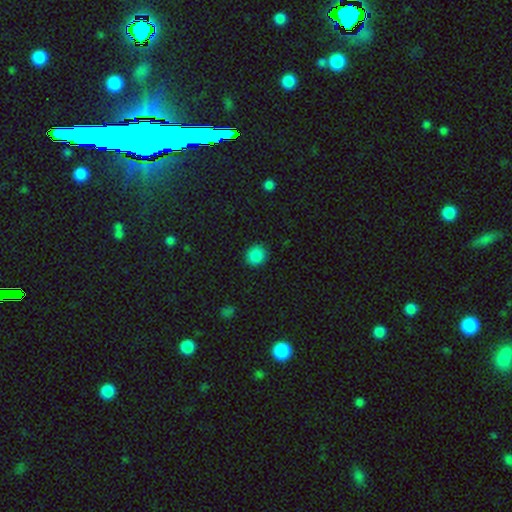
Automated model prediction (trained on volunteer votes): smooth_or_featured: smooth (p=0.86) [alt: star or artifact p=0.10]
how_rounded: round (p=0.89) [alt: in between p=0.10]
merging: none (p=0.91) [alt: minor disturbance p=0.06]